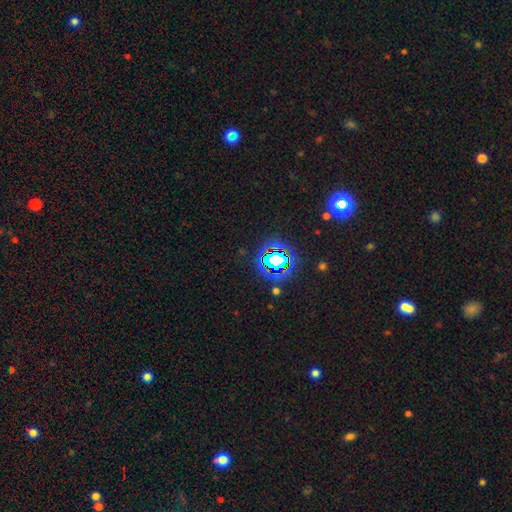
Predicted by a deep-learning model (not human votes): A star or artifact, not a galaxy (73%).